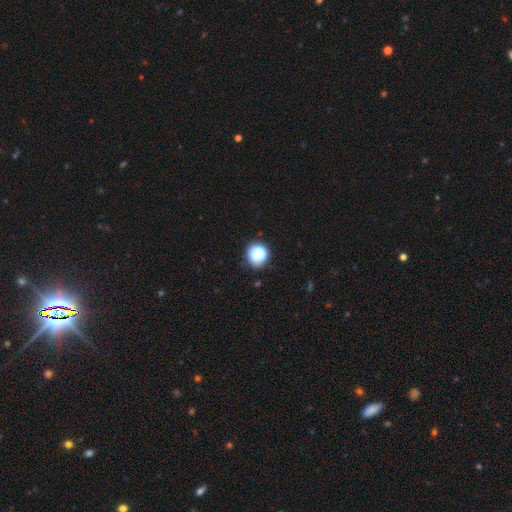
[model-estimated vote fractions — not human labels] A smooth galaxy with no disk features (61%) that is round (86%). Merging: none (79%).